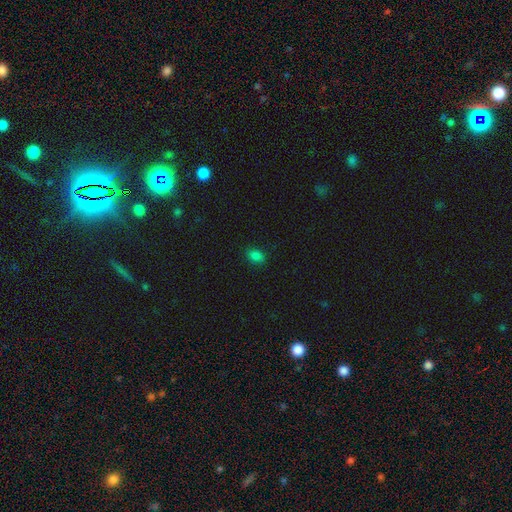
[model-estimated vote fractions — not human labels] smooth-or-featured: smooth: 82% | star or artifact: 15% | featured or disk: 4%
  how-rounded: in between: 79% | round: 19% | cigar-shaped: 2%
  merging: none: 86% | minor disturbance: 11% | major disturbance: 2% | merger: 1%